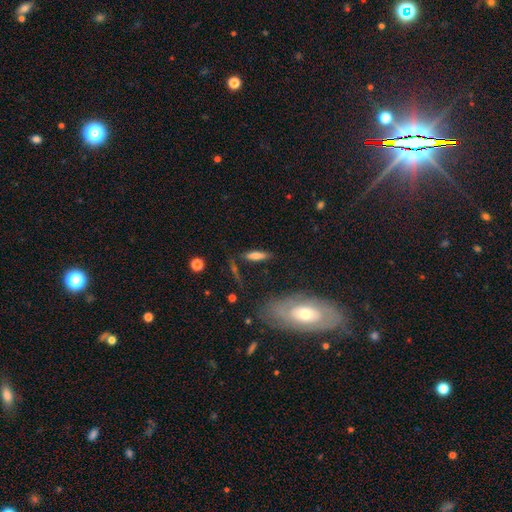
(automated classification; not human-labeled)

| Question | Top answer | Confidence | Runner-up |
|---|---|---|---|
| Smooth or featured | smooth | 67% | featured or disk (25%) |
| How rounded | cigar-shaped | 60% | in between (37%) |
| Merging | none | 75% | minor disturbance (14%) |